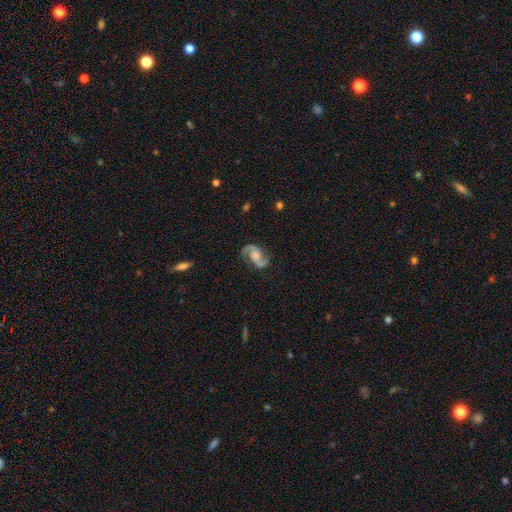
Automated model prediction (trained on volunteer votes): This appears to be a featured or disk galaxy (88%) with no bar (55%), 2 (94%) medium (52%) spiral arms (98%) and a moderate central bulge (31%). Merging: none (78%).